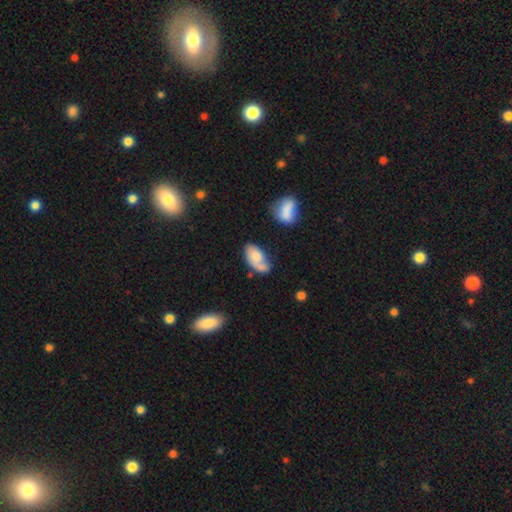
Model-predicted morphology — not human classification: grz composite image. It shows a smooth galaxy with no disk features (61%) that is in between round and cigar-shaped (92%). Merging: none (43%).